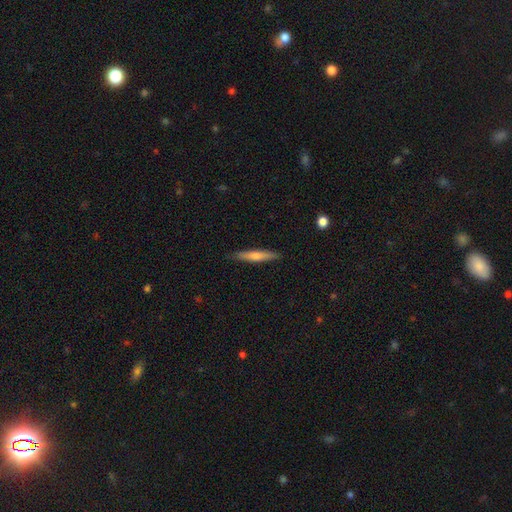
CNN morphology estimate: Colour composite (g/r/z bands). It shows a featured or disk galaxy (47%). Merging: none (91%).